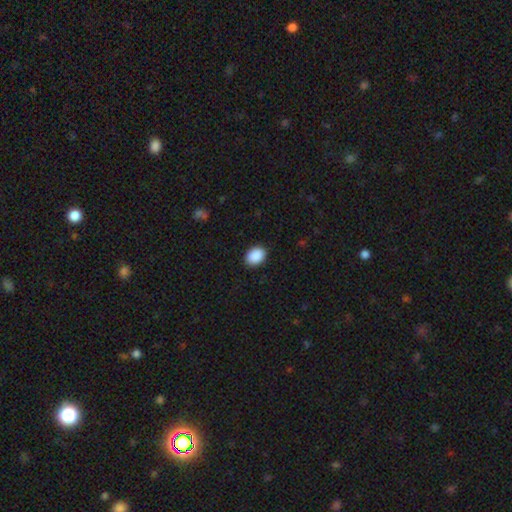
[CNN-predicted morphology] A smooth galaxy with no disk features (90%) that is in between round and cigar-shaped (71%).

Vote fractions:
- Smooth or featured? smooth: 90% / star or artifact: 7% / featured or disk: 2%
- How rounded? in between: 71% / round: 28% / cigar-shaped: 1%
- Merging? none: 90% / minor disturbance: 7% / major disturbance: 2% / merger: 1%